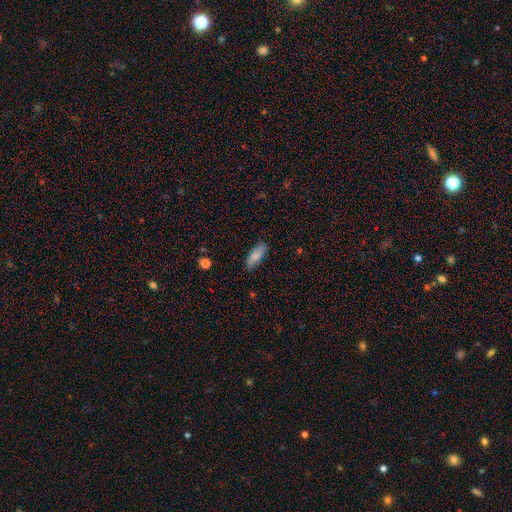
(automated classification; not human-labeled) smooth-or-featured: smooth: 84% | featured or disk: 10% | star or artifact: 7%
  how-rounded: in between: 70% | cigar-shaped: 29% | round: 2%
  merging: none: 83% | minor disturbance: 14% | major disturbance: 3% | merger: 1%